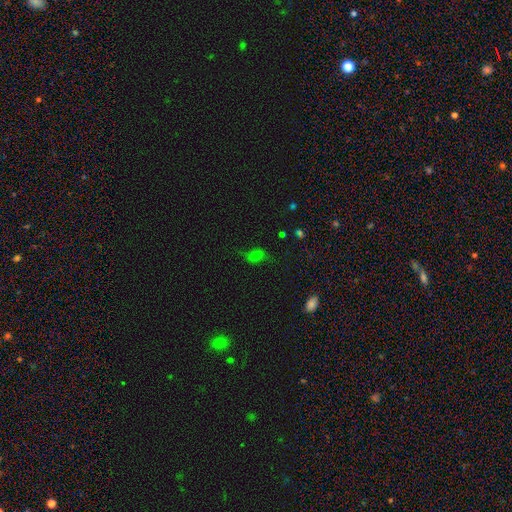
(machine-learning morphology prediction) Smooth or featured? Predicted: smooth (p=0.55). How rounded? Predicted: in between (p=0.75). Merging? Predicted: none (p=0.63).